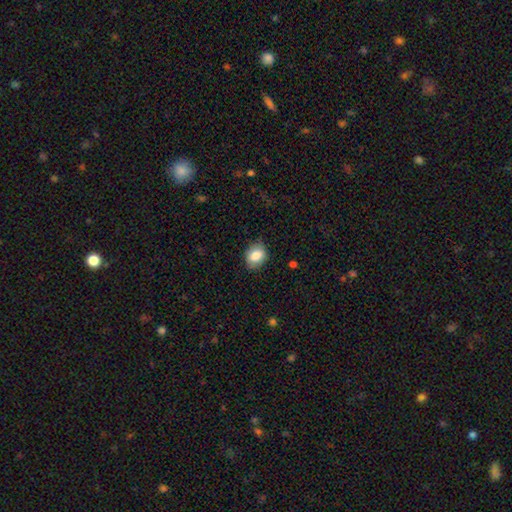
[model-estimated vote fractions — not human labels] Morphology: type=smooth (82%); roundness=in between (58%); merging=none (83%).